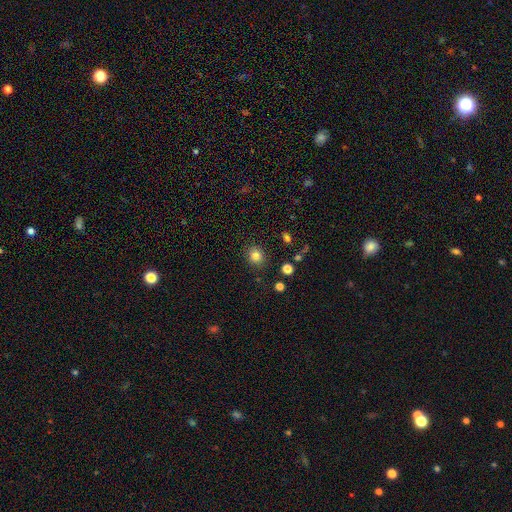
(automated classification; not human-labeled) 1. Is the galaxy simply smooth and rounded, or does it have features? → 81% smooth, 12% star or artifact, 6% featured or disk.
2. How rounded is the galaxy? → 76% round, 23% in between, 1% cigar-shaped.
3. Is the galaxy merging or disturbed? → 88% none, 8% minor disturbance, 3% major disturbance, 2% merger.